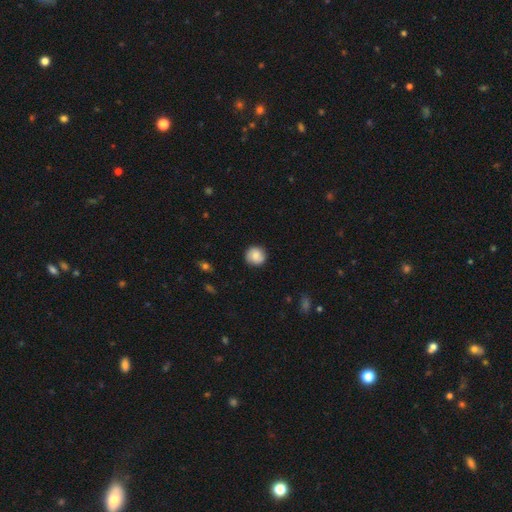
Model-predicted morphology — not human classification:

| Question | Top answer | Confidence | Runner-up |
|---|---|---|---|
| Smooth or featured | smooth | 79% | featured or disk (13%) |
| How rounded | round | 92% | in between (7%) |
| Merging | none | 86% | minor disturbance (10%) |